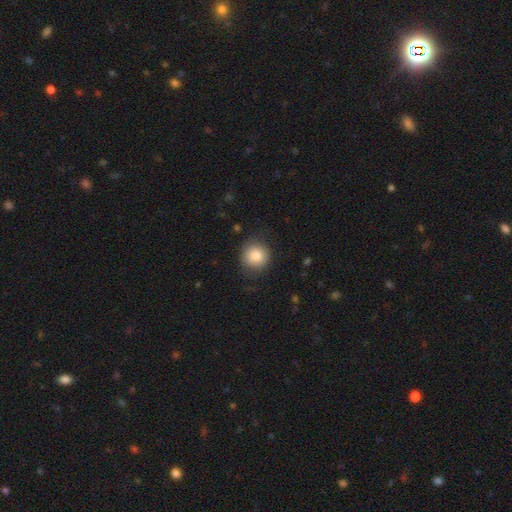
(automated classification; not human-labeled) smooth_or_featured: smooth (p=0.83) [alt: star or artifact p=0.09]
how_rounded: round (p=0.91) [alt: in between p=0.09]
merging: none (p=0.81) [alt: minor disturbance p=0.14]